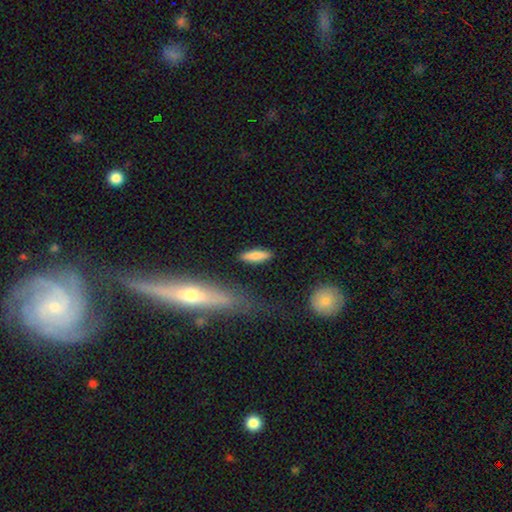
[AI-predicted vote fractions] The model was most divided on "how rounded": cigar-shaped: 57%, in between: 41%, round: 2%. More confident: merging — none (85%); smooth or featured — smooth (80%).